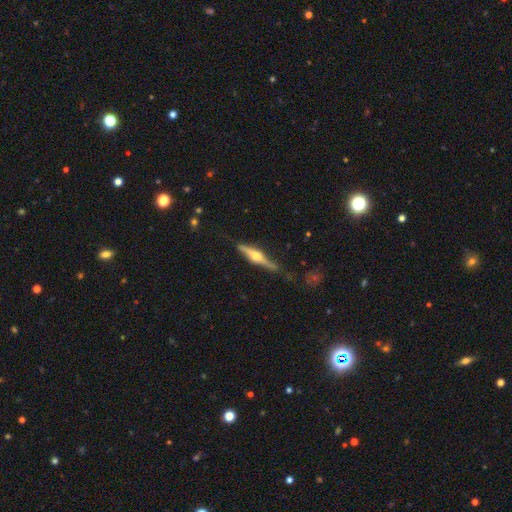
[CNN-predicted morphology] smooth_or_featured: featured or disk (p=0.74) [alt: smooth p=0.21]
disk_edge_on: yes (p=0.97) [alt: no p=0.03]
edge_on_bulge: rounded (p=0.93) [alt: boxy p=0.05]
merging: none (p=0.77) [alt: minor disturbance p=0.17]